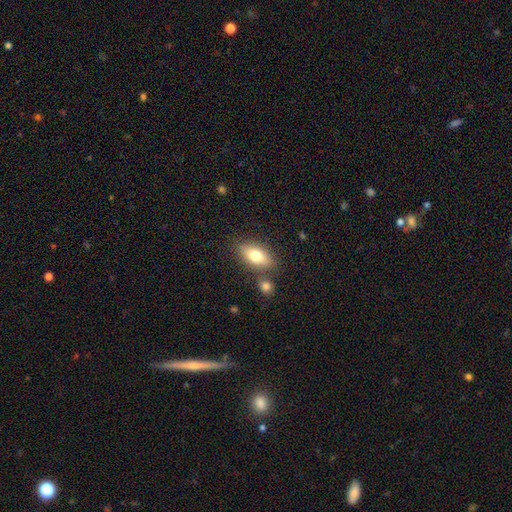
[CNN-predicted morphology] type=smooth (75%); roundness=in between (84%); merging=none (74%).